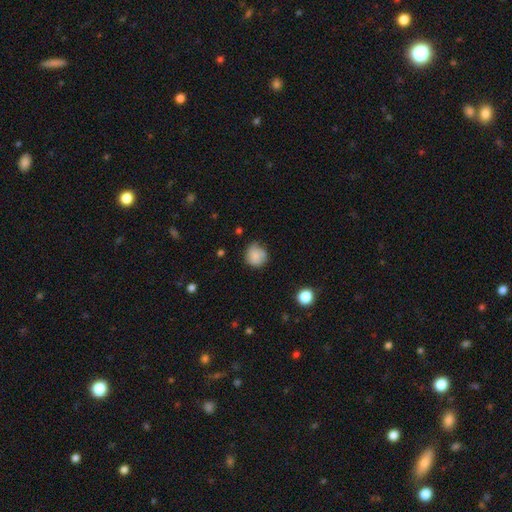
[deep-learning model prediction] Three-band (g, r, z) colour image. It shows a smooth galaxy with no disk features (77%) that is round (87%). Merging: none (63%).